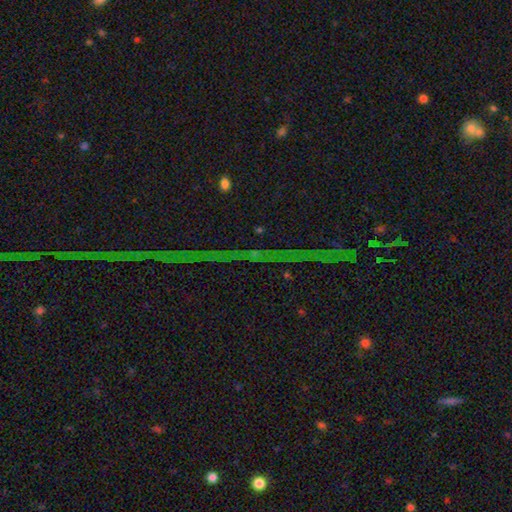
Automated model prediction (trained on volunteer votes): smooth-or-featured: star or artifact: 84% | featured or disk: 9% | smooth: 7%